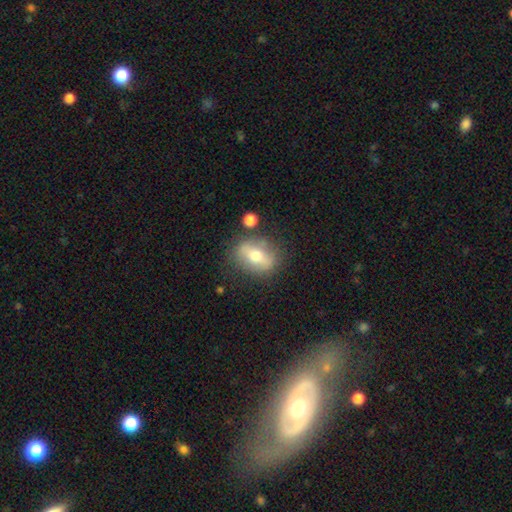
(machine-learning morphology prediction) Smooth or featured? Predicted: featured or disk (p=0.46). Merging? Predicted: none (p=0.77).